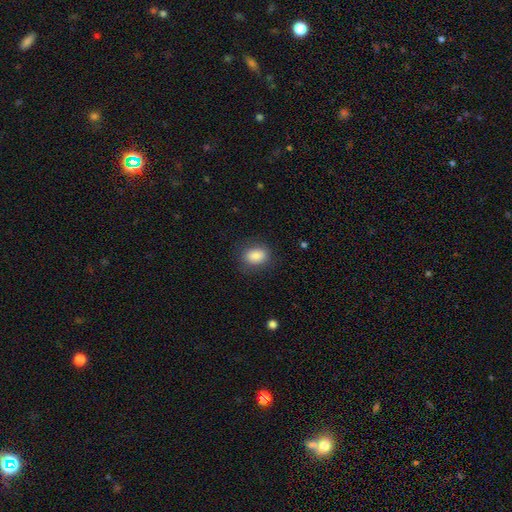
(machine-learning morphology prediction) Smooth or featured? smooth (85%)
How rounded? in between (68%)
Merging? none (83%)